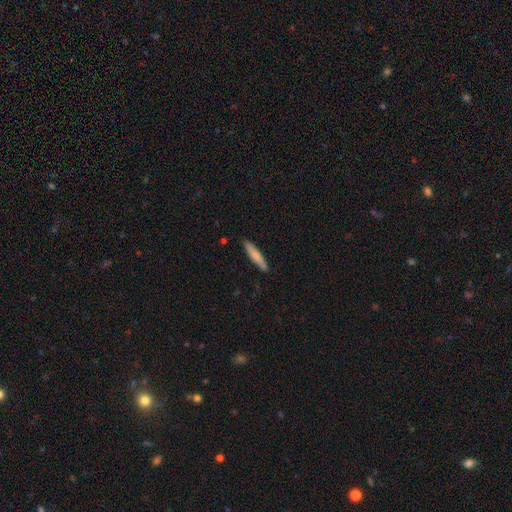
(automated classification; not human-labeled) Q: Smooth or featured?
A: smooth (76%); runner-up: featured or disk (19%)
Q: How rounded?
A: cigar-shaped (89%); runner-up: in between (10%)
Q: Merging?
A: none (87%); runner-up: minor disturbance (10%)